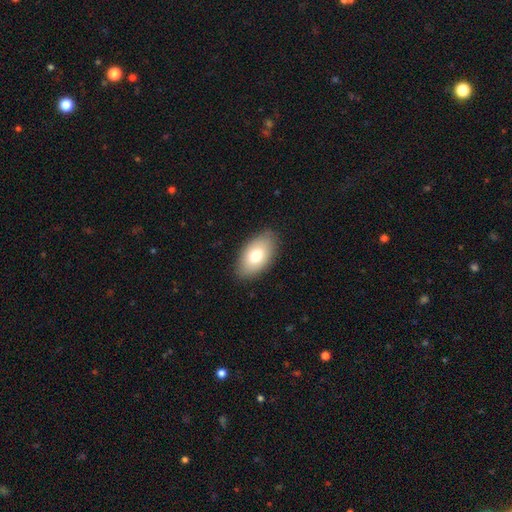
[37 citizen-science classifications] This is likely a smooth galaxy (73%). How rounded: clearly in between (93%). Merging: clearly none (83%).